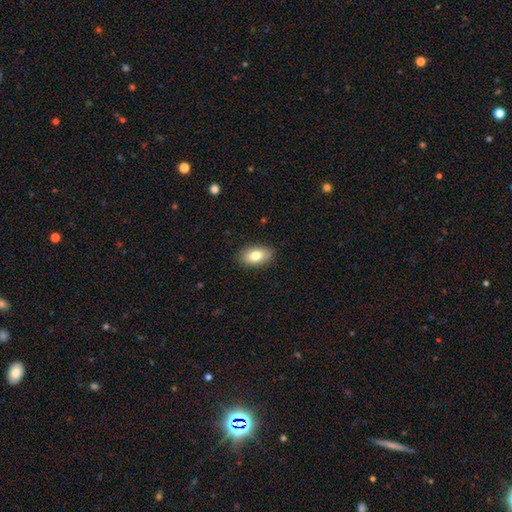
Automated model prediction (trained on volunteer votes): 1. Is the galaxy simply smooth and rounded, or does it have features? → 80% smooth, 13% featured or disk, 7% star or artifact.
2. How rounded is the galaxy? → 91% in between, 7% round, 2% cigar-shaped.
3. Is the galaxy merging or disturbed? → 87% none, 10% minor disturbance, 2% major disturbance, 1% merger.